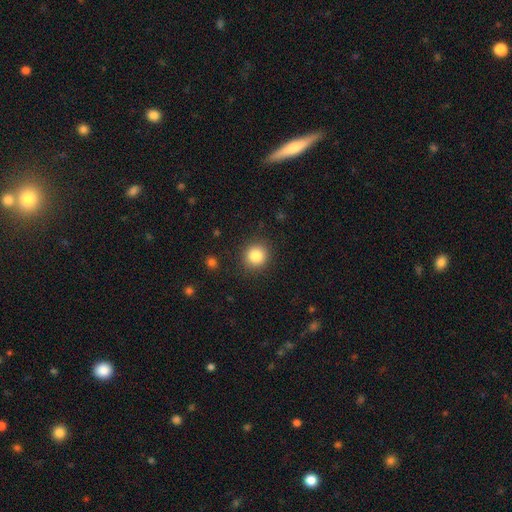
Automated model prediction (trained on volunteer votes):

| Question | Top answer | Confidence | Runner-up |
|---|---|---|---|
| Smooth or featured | smooth | 84% | star or artifact (10%) |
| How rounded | round | 89% | in between (10%) |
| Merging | none | 89% | minor disturbance (7%) |